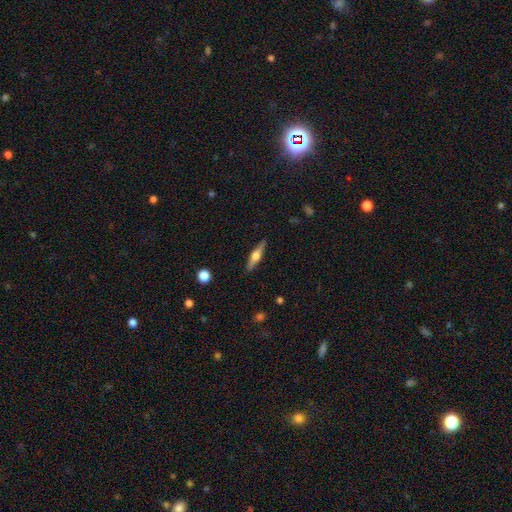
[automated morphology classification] A featured or disk galaxy (64%) viewed edge-on (97%) with a rounded central bulge (93%). Merging: none (90%).